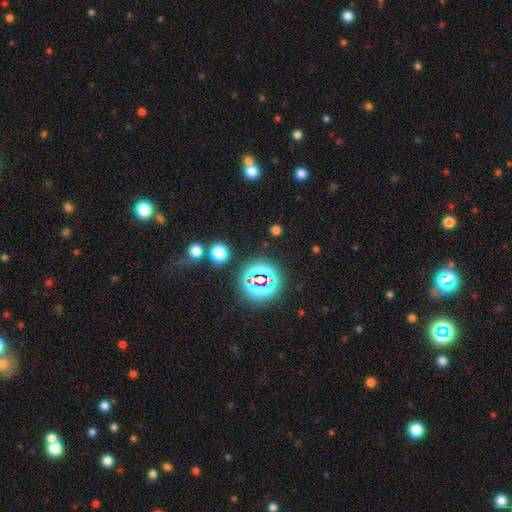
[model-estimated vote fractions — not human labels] Morphology: type=star or artifact (77%).